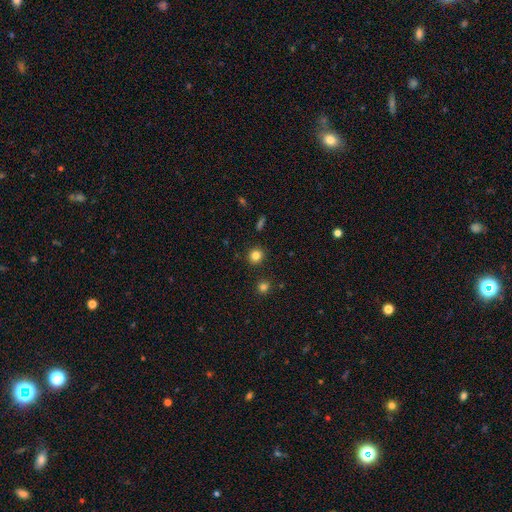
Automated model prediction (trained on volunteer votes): A smooth galaxy with no disk features (82%) that is round (91%).

Vote fractions:
- Smooth or featured? smooth: 82% / star or artifact: 13% / featured or disk: 5%
- How rounded? round: 91% / in between: 8% / cigar-shaped: 1%
- Merging? none: 90% / minor disturbance: 5% / merger: 2% / major disturbance: 2%